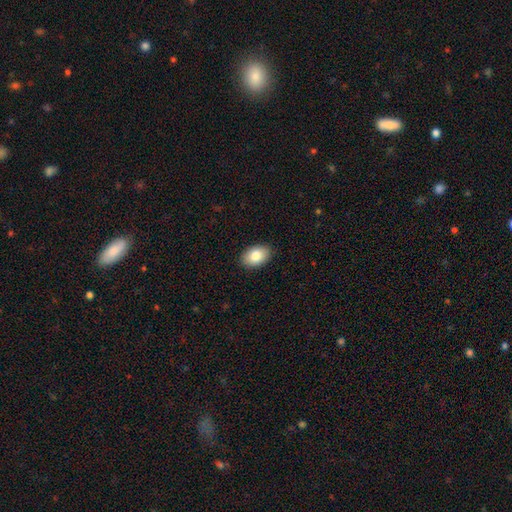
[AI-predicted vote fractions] Smooth or featured? Predicted: smooth (p=0.83). How rounded? Predicted: in between (p=0.89). Merging? Predicted: none (p=0.89).